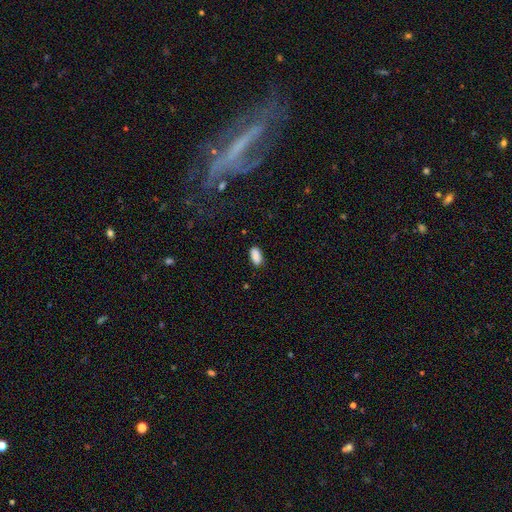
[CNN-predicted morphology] The model was most divided on "merging": none: 86%, minor disturbance: 11%, major disturbance: 2%, merger: 1%. More confident: how rounded — in between (92%); smooth or featured — smooth (89%).